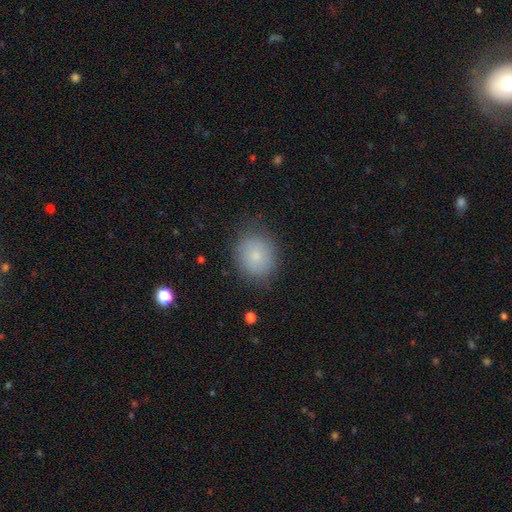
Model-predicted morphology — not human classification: Smooth or featured?
  - smooth: 79% *
  - featured or disk: 11%
  - star or artifact: 9%
How rounded?
  - round: 75% *
  - in between: 24%
  - cigar-shaped: 1%
Merging?
  - none: 79% *
  - minor disturbance: 15%
  - major disturbance: 5%
  - merger: 1%